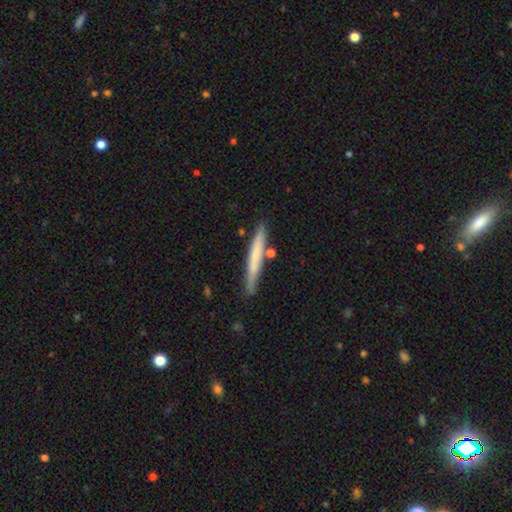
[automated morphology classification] smooth_or_featured: smooth (p=0.61) [alt: featured or disk p=0.33]
how_rounded: cigar-shaped (p=0.96) [alt: in between p=0.03]
merging: none (p=0.80) [alt: minor disturbance p=0.12]